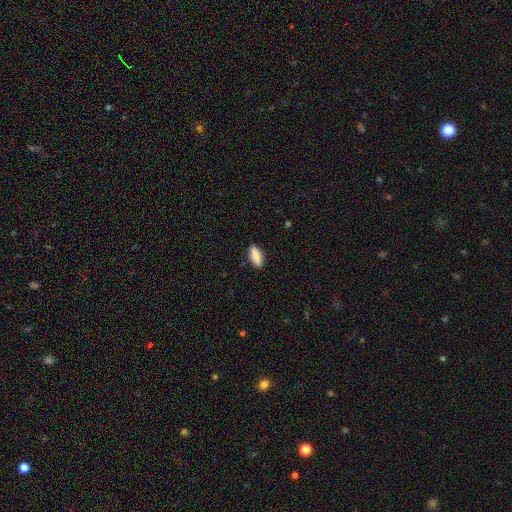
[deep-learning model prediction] A smooth galaxy with no disk features (89%) that is in between round and cigar-shaped (74%). Merging: none (88%).